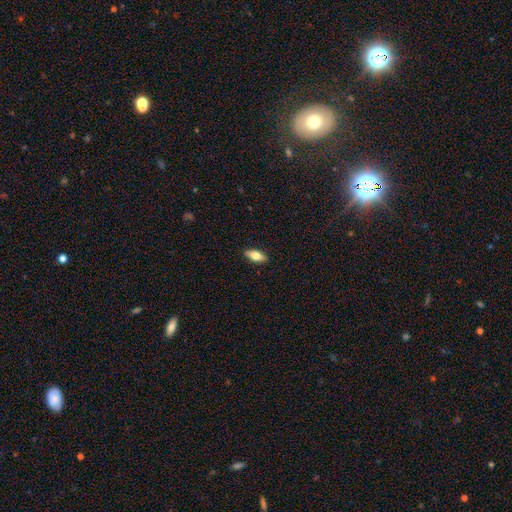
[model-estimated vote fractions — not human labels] smooth-or-featured: smooth: 69% | featured or disk: 24% | star or artifact: 6%
  how-rounded: in between: 80% | cigar-shaped: 17% | round: 3%
  merging: none: 90% | minor disturbance: 8% | major disturbance: 2% | merger: 1%